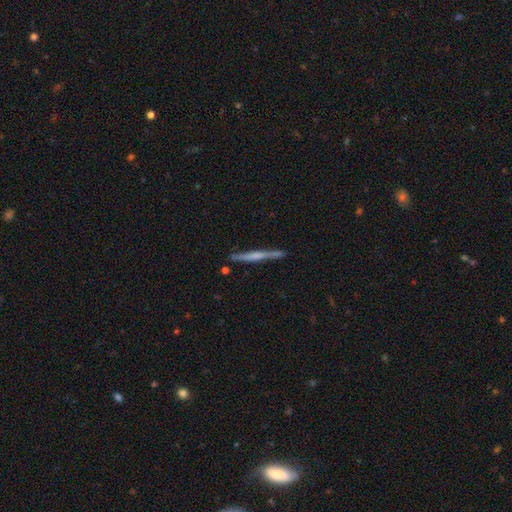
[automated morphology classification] Smooth or featured?
  - featured or disk: 63% *
  - smooth: 32%
  - star or artifact: 6%
Edge-on disk?
  - yes: 97% *
  - no: 3%
Edge-on bulge?
  - rounded: 42% *
  - none: 41%
  - boxy: 18%
Merging?
  - none: 87% *
  - minor disturbance: 9%
  - merger: 2%
  - major disturbance: 2%